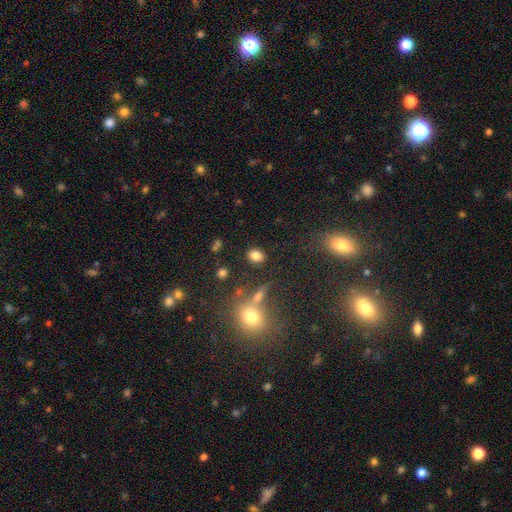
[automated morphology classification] Smooth or featured?
  - smooth: 82% *
  - star or artifact: 12%
  - featured or disk: 7%
How rounded?
  - in between: 56% *
  - round: 43%
  - cigar-shaped: 2%
Merging?
  - none: 82% *
  - minor disturbance: 9%
  - merger: 5%
  - major disturbance: 3%